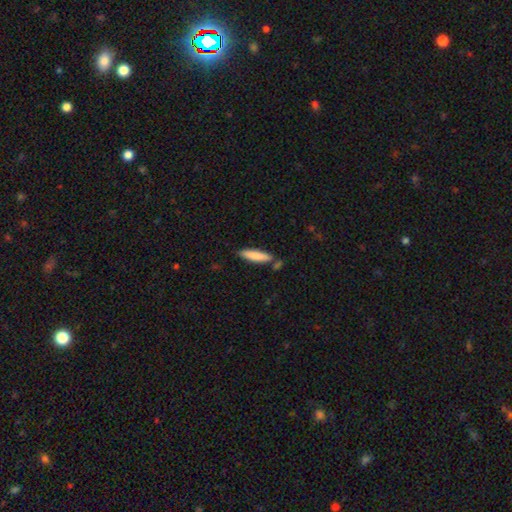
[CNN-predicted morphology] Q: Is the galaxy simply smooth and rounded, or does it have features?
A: smooth — 82%.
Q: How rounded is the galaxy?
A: cigar-shaped — 76%.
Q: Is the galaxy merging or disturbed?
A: none — 74%.